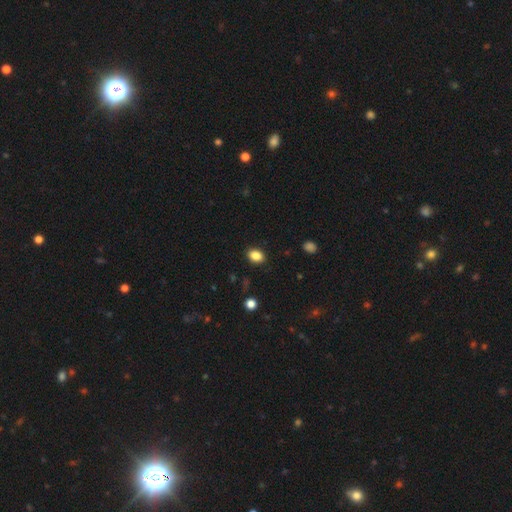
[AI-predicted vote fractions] Smooth or featured? Predicted: smooth (p=0.87). How rounded? Predicted: in between (p=0.72). Merging? Predicted: none (p=0.88).